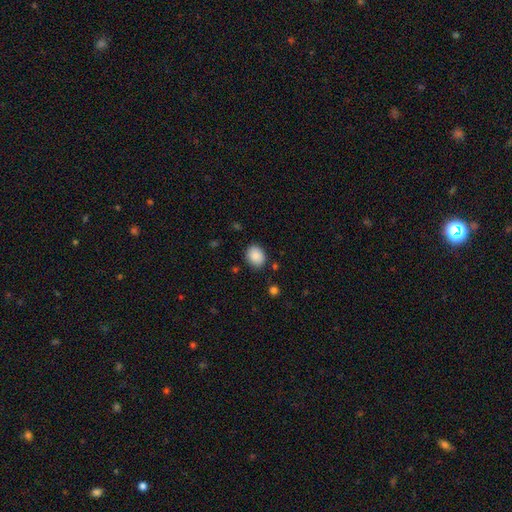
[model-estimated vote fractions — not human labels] This is clearly a smooth galaxy (88%). How rounded: possibly round (52%). Merging: clearly none (84%).